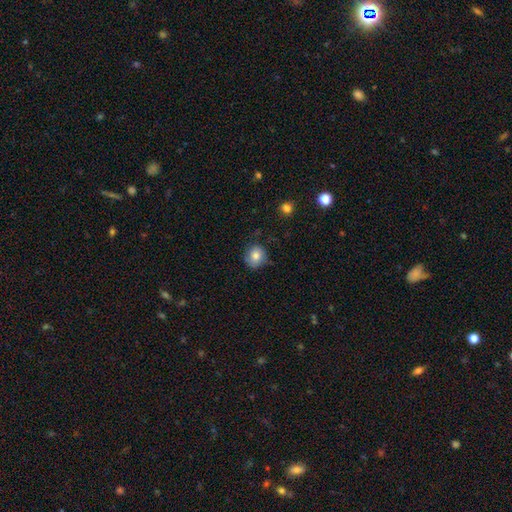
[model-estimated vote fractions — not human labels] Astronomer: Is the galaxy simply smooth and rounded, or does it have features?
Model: smooth — 80%.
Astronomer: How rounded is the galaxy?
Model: round — 79%.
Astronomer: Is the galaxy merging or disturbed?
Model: none — 74%.